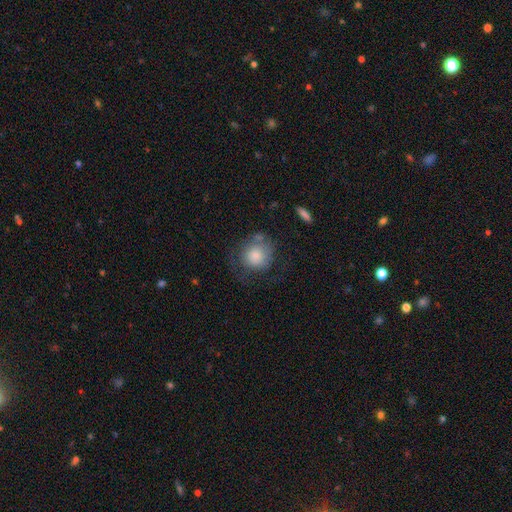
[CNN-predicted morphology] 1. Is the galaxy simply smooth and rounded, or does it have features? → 77% smooth, 15% featured or disk, 7% star or artifact.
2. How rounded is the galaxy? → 86% round, 13% in between, 1% cigar-shaped.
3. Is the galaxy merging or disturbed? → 51% none, 23% minor disturbance, 20% major disturbance, 5% merger.